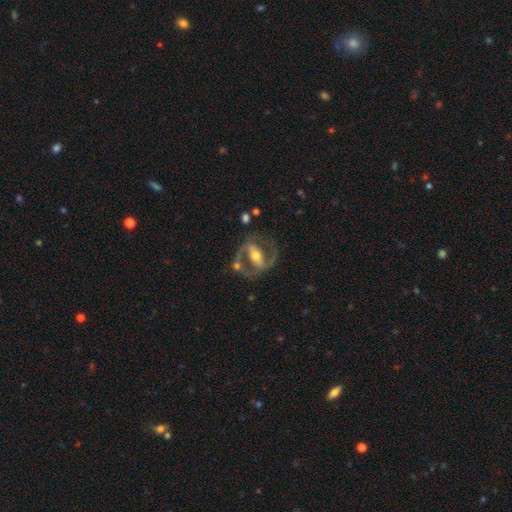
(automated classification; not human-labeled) Overall: featured or disk (88%). Edge-on disk: no (95%). Bar: strong (59%; weak 25%). Spiral arms: yes (90%). Spiral arm count: 2 (90%). Spiral winding: medium (56%; tight 24%). Bulge size: moderate (61%; small 32%). Merging: none (71%).